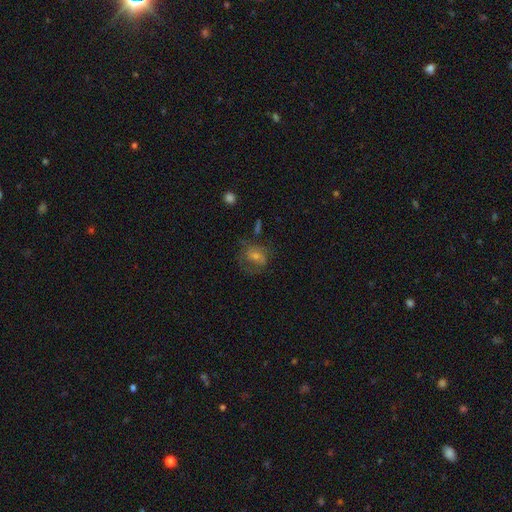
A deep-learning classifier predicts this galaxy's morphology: smooth-or-featured: featured or disk: 47% | smooth: 35% | star or artifact: 18%
  merging: none: 57% | minor disturbance: 21% | major disturbance: 19% | merger: 4%